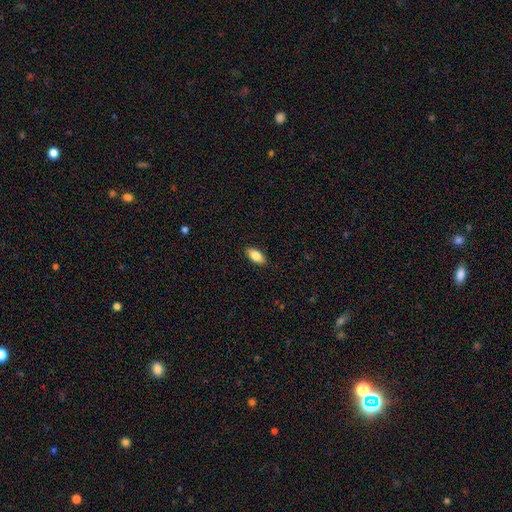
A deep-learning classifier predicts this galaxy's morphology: Smooth or featured? smooth (82%)
How rounded? in between (88%)
Merging? none (89%)